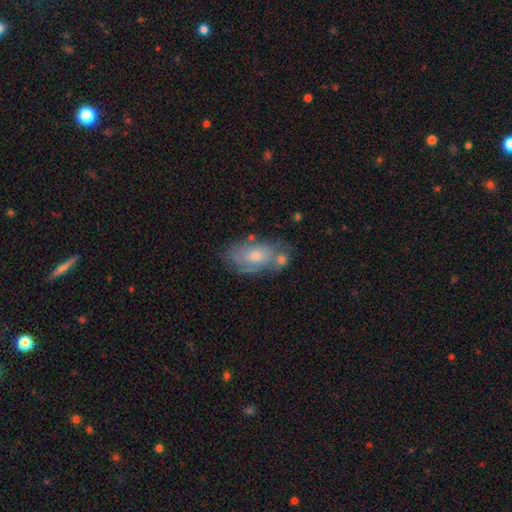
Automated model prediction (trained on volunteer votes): featured or disk 46%, smooth 45%, star or artifact 9%. Down the decision tree: merging — none (51%).